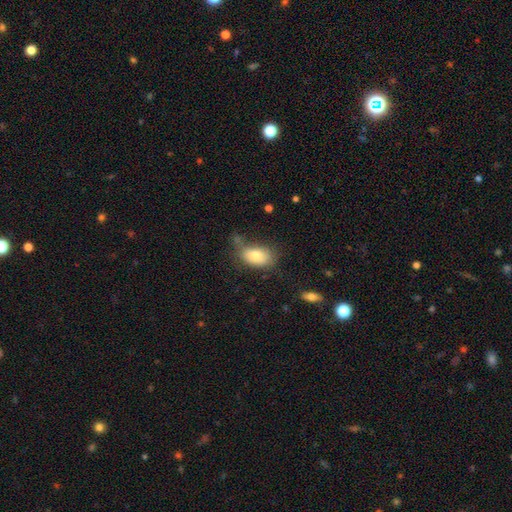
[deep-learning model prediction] Smooth or featured?
  - smooth: 79% *
  - featured or disk: 13%
  - star or artifact: 8%
How rounded?
  - in between: 90% *
  - round: 9%
  - cigar-shaped: 2%
Merging?
  - none: 59% *
  - minor disturbance: 24%
  - major disturbance: 9%
  - merger: 8%